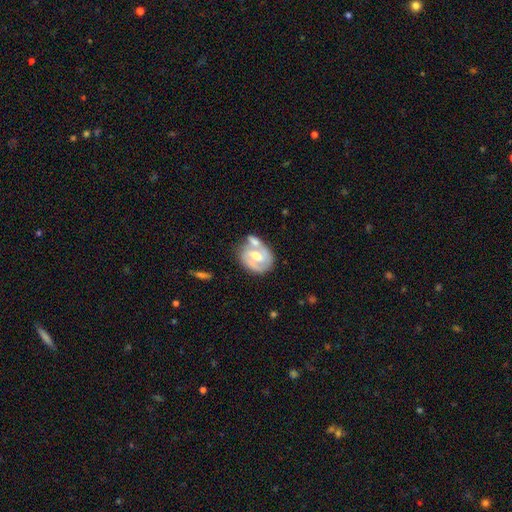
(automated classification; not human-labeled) Smooth or featured: featured or disk — 72% (smooth — 23%)
Edge-on disk: no — 96% (yes — 4%)
Bar: weak — 46% (no — 29%)
Spiral arms: yes — 78% (no — 22%)
Spiral winding: tight — 47% (medium — 39%)
Spiral arm count: 2 — 68% (can't tell — 15%)
Bulge size: moderate — 70% (small — 21%)
Merging: none — 41% (merger — 34%)